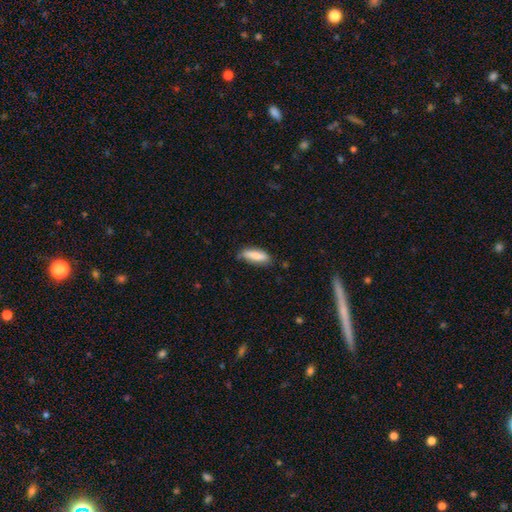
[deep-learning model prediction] Smooth or featured? Predicted: smooth (p=0.79). How rounded? Predicted: in between (p=0.58). Merging? Predicted: none (p=0.73).